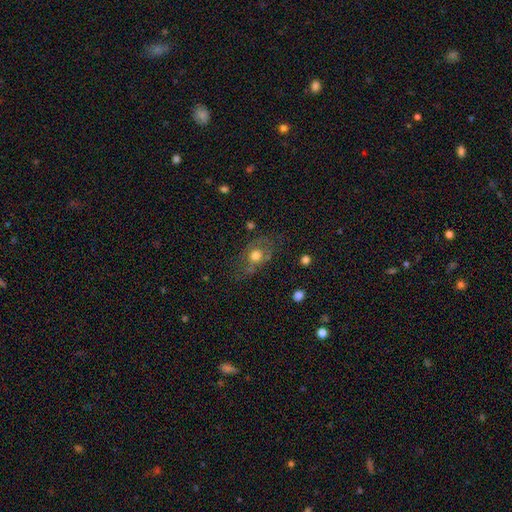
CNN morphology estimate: This appears to be a smooth galaxy with no disk features (56%) that is in between round and cigar-shaped (56%). Merging: none (60%).